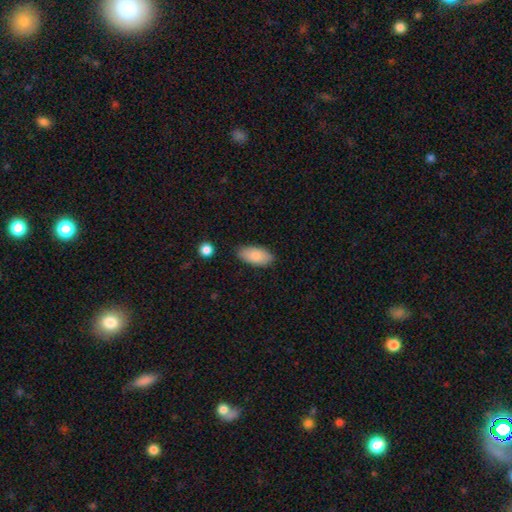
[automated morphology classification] smooth_or_featured: smooth (p=0.84) [alt: featured or disk p=0.10]
how_rounded: in between (p=0.92) [alt: cigar-shaped p=0.05]
merging: none (p=0.83) [alt: minor disturbance p=0.13]